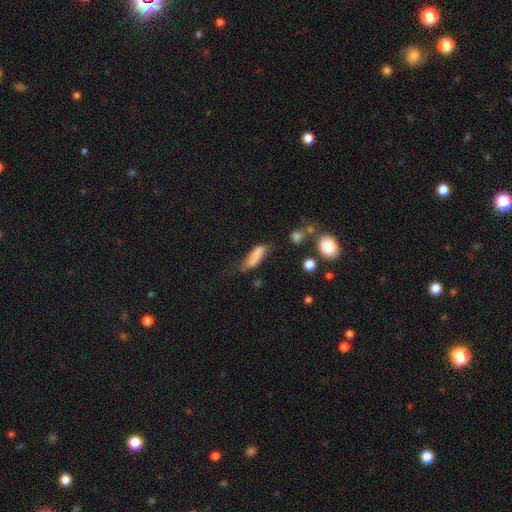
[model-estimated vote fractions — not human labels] Morphology: type=smooth (80%); roundness=in between (51%); merging=none (44%).